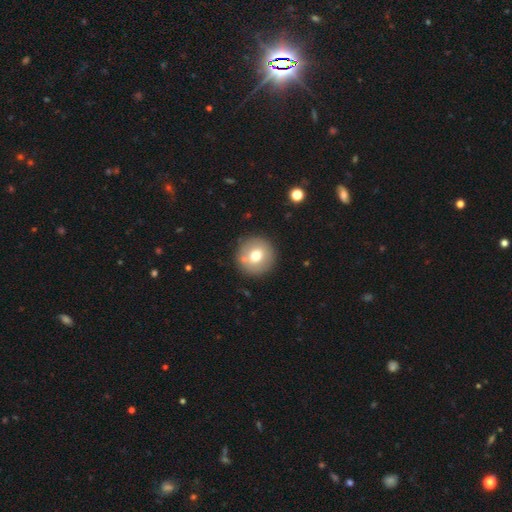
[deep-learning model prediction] This is likely a smooth galaxy (68%). How rounded: clearly round (94%). Merging: clearly none (84%).